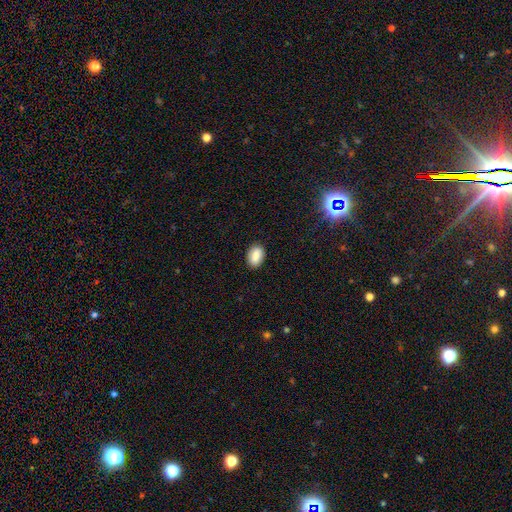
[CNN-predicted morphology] type=smooth (85%); roundness=in between (86%); merging=none (89%).